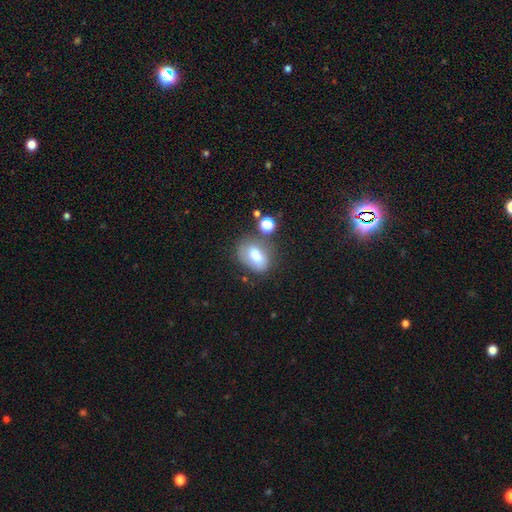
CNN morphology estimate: Smooth or featured?
  - smooth: 73% *
  - featured or disk: 17%
  - star or artifact: 10%
How rounded?
  - in between: 82% *
  - round: 16%
  - cigar-shaped: 2%
Merging?
  - none: 54% *
  - minor disturbance: 23%
  - merger: 12%
  - major disturbance: 11%